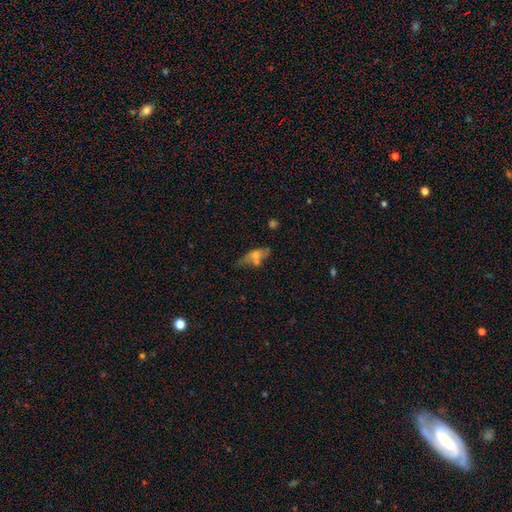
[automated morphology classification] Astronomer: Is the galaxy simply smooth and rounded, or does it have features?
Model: smooth — 49% (runner-up: featured or disk, 40%).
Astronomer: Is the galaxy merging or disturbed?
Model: none — 41% (runner-up: minor disturbance, 23%).